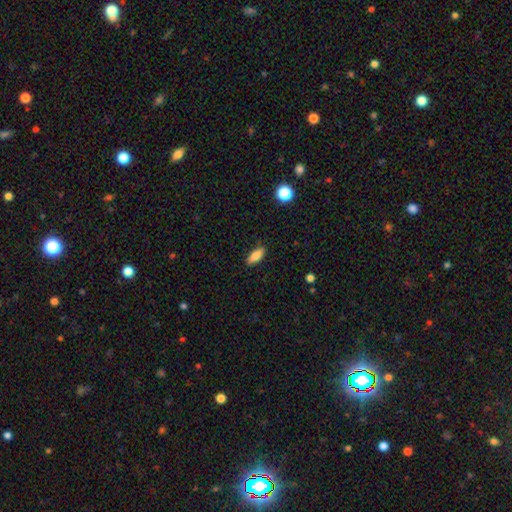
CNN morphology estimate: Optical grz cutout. It shows a smooth galaxy with no disk features (82%) that is in between round and cigar-shaped (76%). Merging: none (88%).